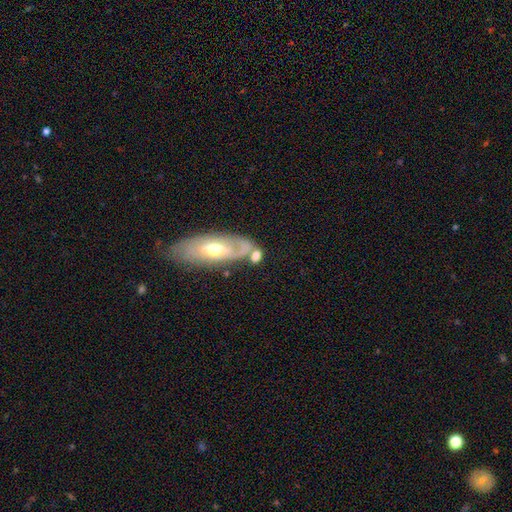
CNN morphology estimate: The model was most divided on "merging": none: 43%, merger: 31%, minor disturbance: 15%, major disturbance: 11%. More confident: how rounded — in between (64%); smooth or featured — smooth (58%).